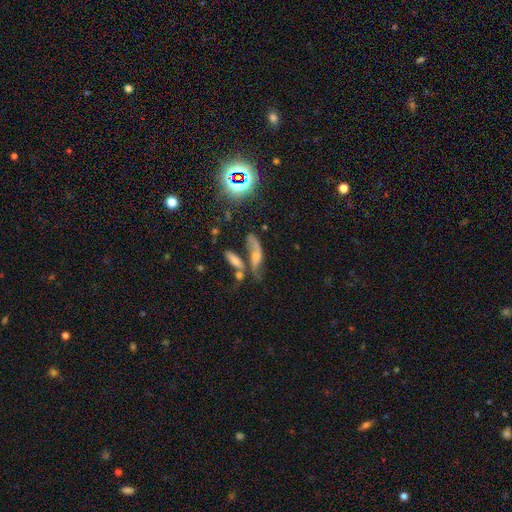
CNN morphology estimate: Smooth or featured? Predicted: featured or disk (p=0.37). Merging? Predicted: merger (p=0.34, tied with none).